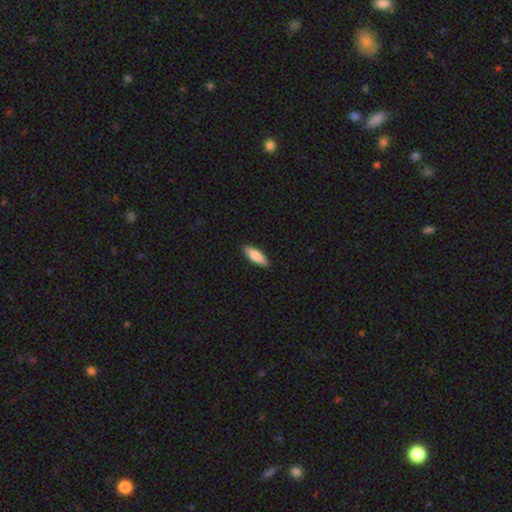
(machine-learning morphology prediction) Smooth or featured?
  - smooth: 80% *
  - featured or disk: 14%
  - star or artifact: 5%
How rounded?
  - cigar-shaped: 51% *
  - in between: 47%
  - round: 2%
Merging?
  - none: 89% *
  - minor disturbance: 8%
  - major disturbance: 2%
  - merger: 1%